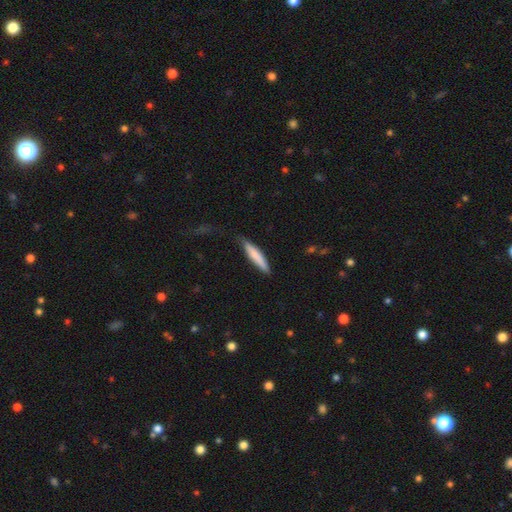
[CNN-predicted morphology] Overall: smooth (76%). How rounded: cigar-shaped (88%). Merging: none (74%).